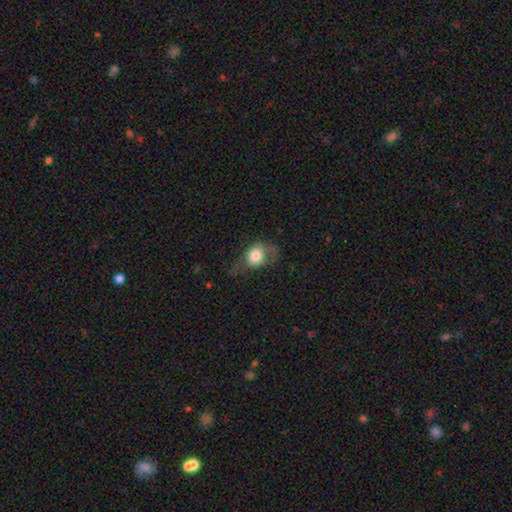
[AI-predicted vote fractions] A smooth galaxy with no disk features (72%) that is in between round and cigar-shaped (52%). Merging: none (37%).